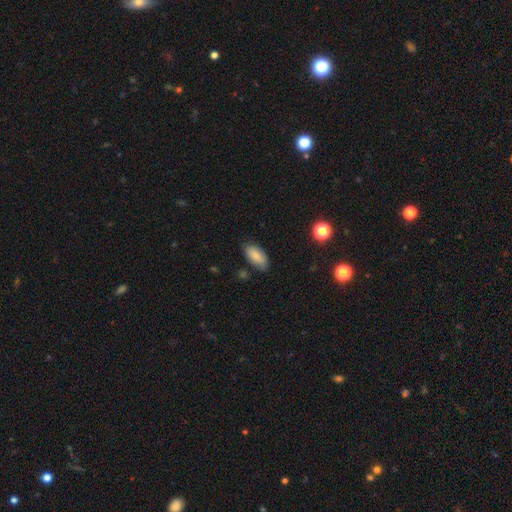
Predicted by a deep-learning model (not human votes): This appears to be a smooth galaxy with no disk features (83%) that is in between round and cigar-shaped (91%). Merging: none (77%).